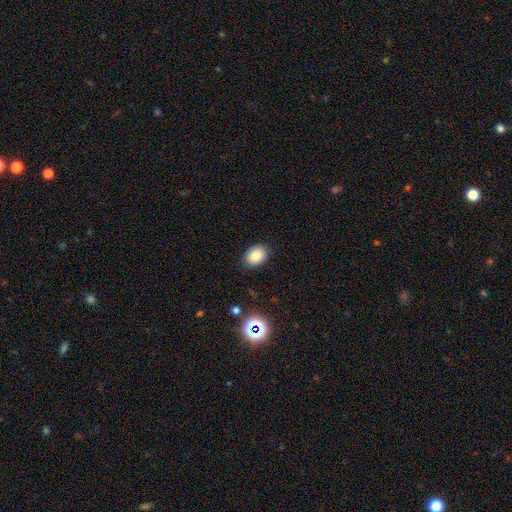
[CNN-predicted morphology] This is clearly a smooth galaxy (82%). How rounded: likely in between (78%). Merging: clearly none (86%).